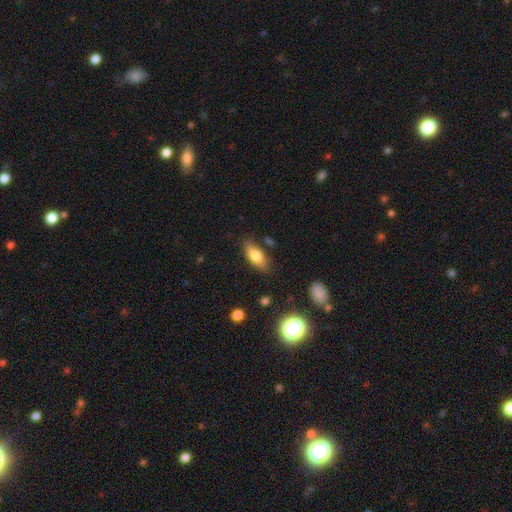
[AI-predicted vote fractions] Q: Smooth or featured?
A: smooth (73%); runner-up: featured or disk (19%)
Q: How rounded?
A: in between (77%); runner-up: cigar-shaped (20%)
Q: Merging?
A: none (80%); runner-up: minor disturbance (14%)